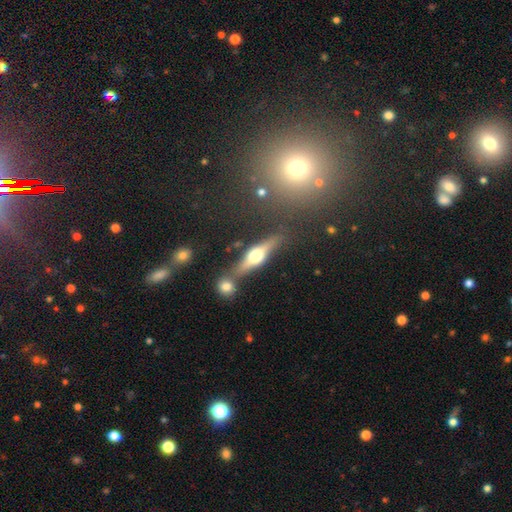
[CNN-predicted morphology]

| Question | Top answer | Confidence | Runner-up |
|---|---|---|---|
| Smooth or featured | featured or disk | 64% | smooth (28%) |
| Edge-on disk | yes | 93% | no (7%) |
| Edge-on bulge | rounded | 94% | boxy (4%) |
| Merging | none | 71% | merger (13%) |